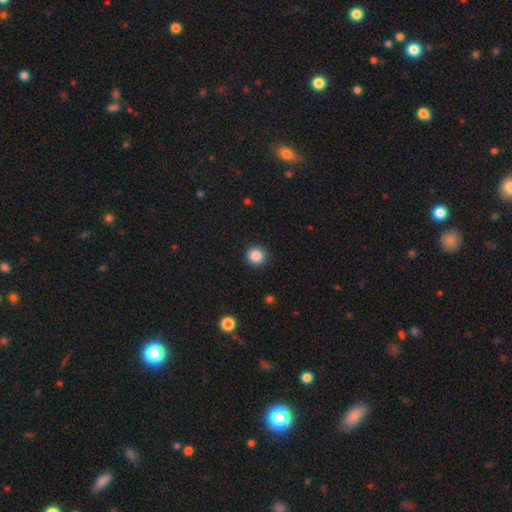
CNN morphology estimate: Smooth or featured: smooth — 87% (star or artifact — 10%)
How rounded: round — 95% (in between — 4%)
Merging: none — 91% (minor disturbance — 6%)